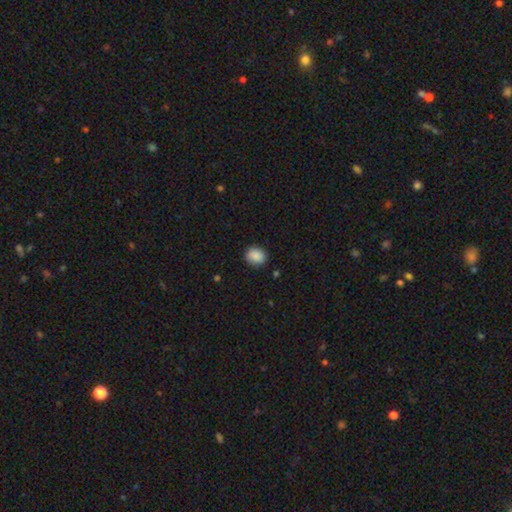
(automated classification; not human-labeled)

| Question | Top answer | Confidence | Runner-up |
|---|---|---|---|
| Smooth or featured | smooth | 88% | star or artifact (8%) |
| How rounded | round | 70% | in between (30%) |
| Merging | none | 86% | minor disturbance (11%) |